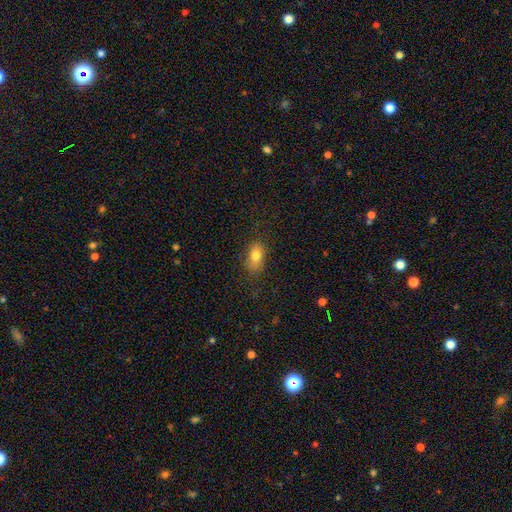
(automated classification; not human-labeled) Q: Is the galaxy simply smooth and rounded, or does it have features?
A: smooth — 80%.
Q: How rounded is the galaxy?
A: in between — 85%.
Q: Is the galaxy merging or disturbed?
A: none — 76%.